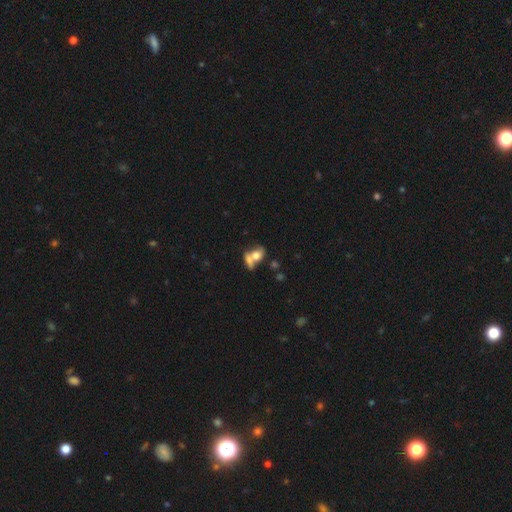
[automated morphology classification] A smooth galaxy with no disk features (63%) that is in between round and cigar-shaped (63%).

Vote fractions:
- Smooth or featured? smooth: 63% / featured or disk: 27% / star or artifact: 10%
- How rounded? in between: 63% / round: 33% / cigar-shaped: 4%
- Merging? merger: 64% / none: 20% / minor disturbance: 8% / major disturbance: 8%